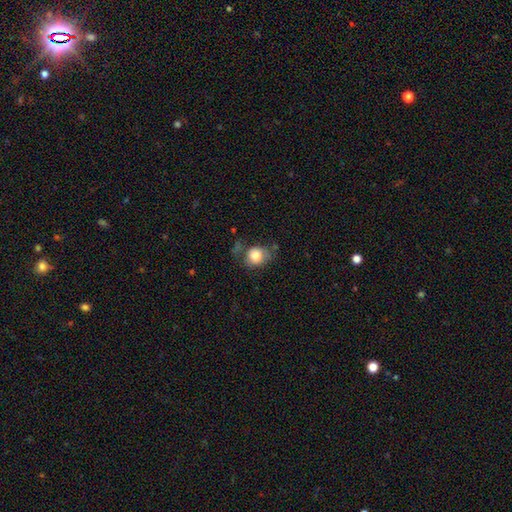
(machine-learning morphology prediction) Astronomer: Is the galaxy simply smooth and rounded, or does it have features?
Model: smooth — 79%.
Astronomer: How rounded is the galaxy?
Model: round — 65%.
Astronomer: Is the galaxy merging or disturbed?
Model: none — 57%.